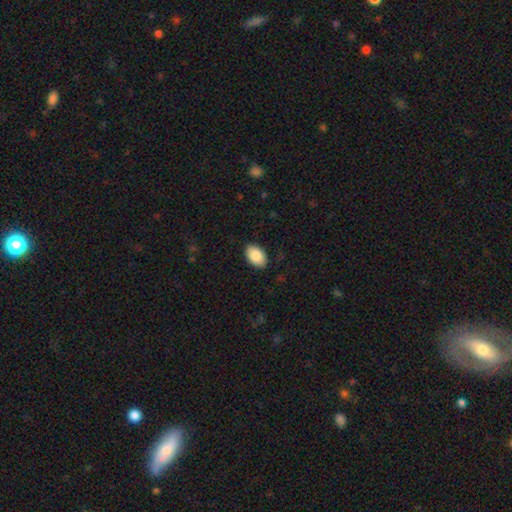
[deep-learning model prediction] Morphology: type=smooth (87%); roundness=in between (92%); merging=none (88%).